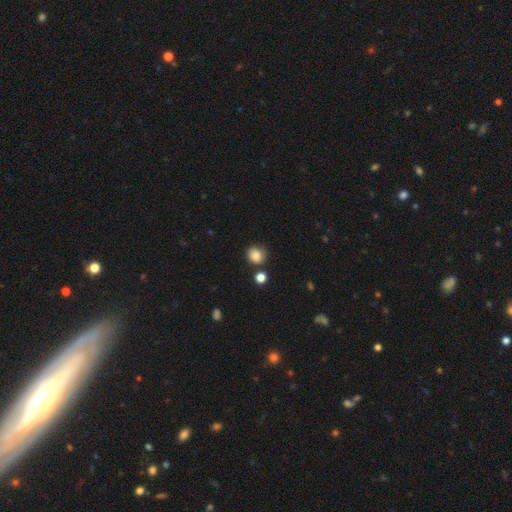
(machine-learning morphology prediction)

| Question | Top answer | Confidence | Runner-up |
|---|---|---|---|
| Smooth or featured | smooth | 83% | star or artifact (10%) |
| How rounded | round | 83% | in between (16%) |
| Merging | none | 75% | minor disturbance (15%) |